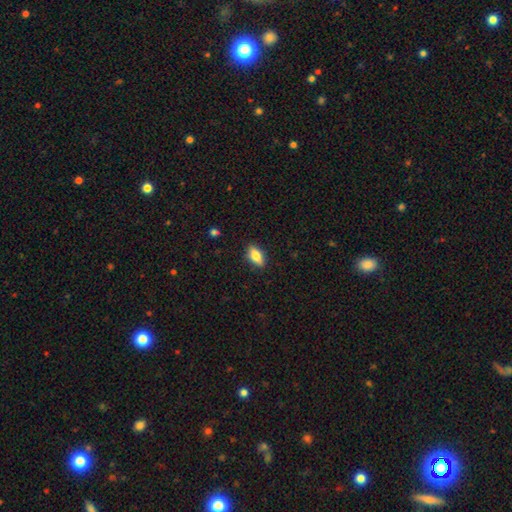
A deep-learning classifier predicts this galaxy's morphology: Overall: smooth (77%). How rounded: in between (84%). Merging: none (87%).